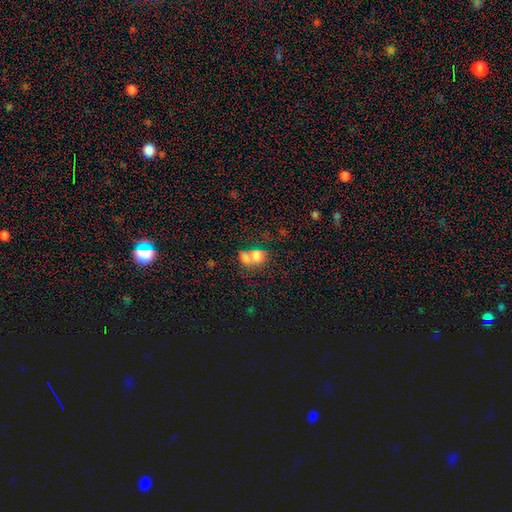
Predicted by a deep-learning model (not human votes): smooth 73%, featured or disk 16%, star or artifact 11%. Down the decision tree: how rounded — in between (58%); merging — merger (67%).